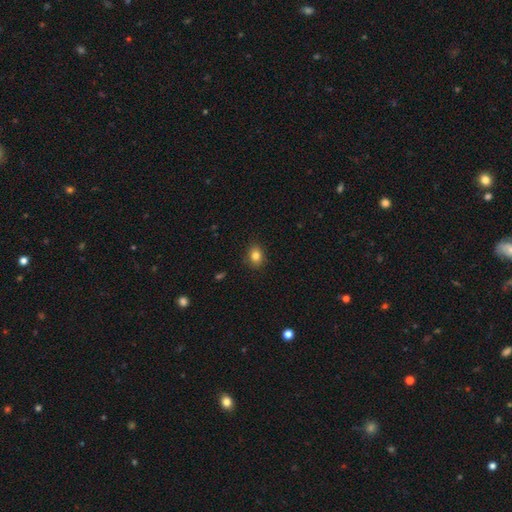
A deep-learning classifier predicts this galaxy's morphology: A smooth galaxy with no disk features (82%) that is in between round and cigar-shaped (51%). Merging: none (86%).